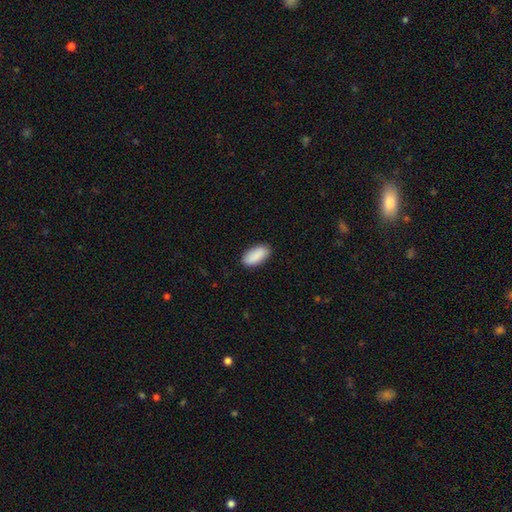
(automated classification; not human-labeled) Smooth or featured? Predicted: smooth (p=0.90). How rounded? Predicted: in between (p=0.90). Merging? Predicted: none (p=0.87).